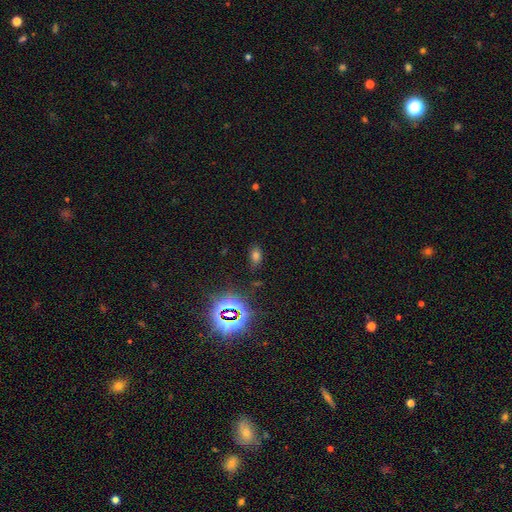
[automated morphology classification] smooth 55%, star or artifact 37%, featured or disk 8%. Down the decision tree: how rounded — in between (83%); merging — none (77%).